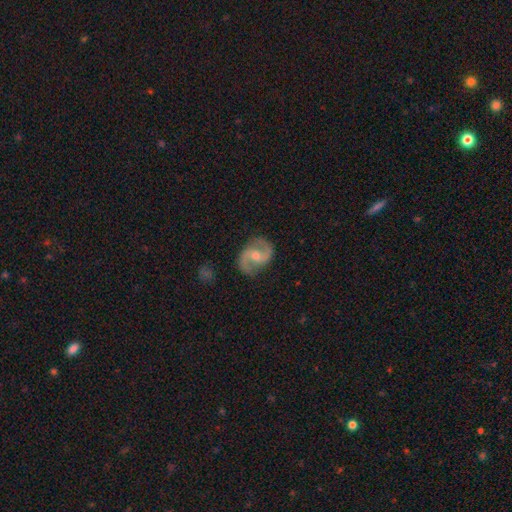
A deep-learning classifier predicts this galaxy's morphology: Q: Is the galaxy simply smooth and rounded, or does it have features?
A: featured or disk — 88%.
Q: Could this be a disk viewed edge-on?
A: no — 98%.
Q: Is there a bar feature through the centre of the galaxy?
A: weak — 47%.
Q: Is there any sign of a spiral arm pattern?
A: yes — 97%.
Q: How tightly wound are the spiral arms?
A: medium — 54%.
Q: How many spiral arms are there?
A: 2 — 94%.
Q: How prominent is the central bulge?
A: moderate — 57%.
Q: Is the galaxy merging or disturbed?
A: none — 84%.